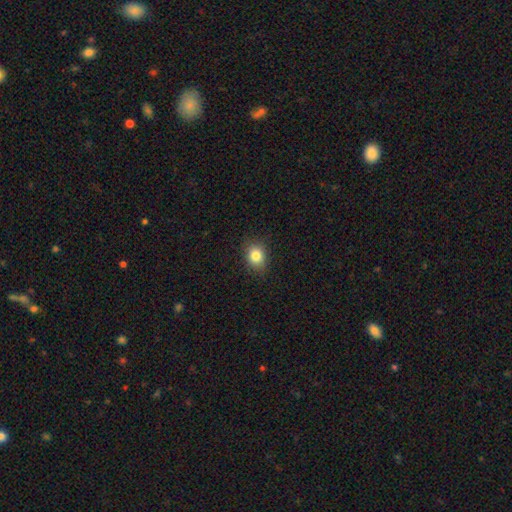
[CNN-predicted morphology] smooth-or-featured: smooth: 84% | star or artifact: 10% | featured or disk: 6%
  how-rounded: round: 52% | in between: 47% | cigar-shaped: 1%
  merging: none: 87% | minor disturbance: 10% | major disturbance: 2% | merger: 1%